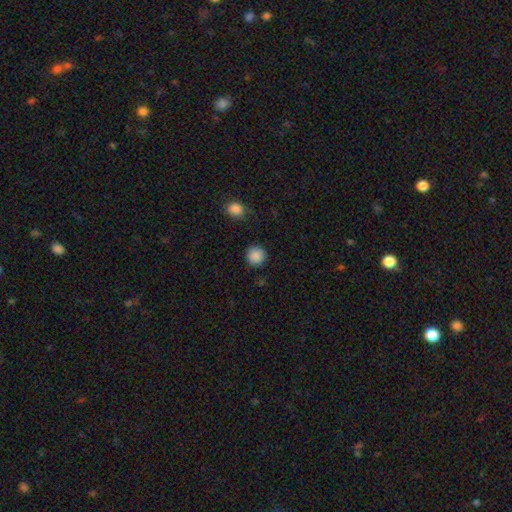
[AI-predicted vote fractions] smooth-or-featured: smooth: 88% | star or artifact: 9% | featured or disk: 3%
  how-rounded: round: 94% | in between: 5% | cigar-shaped: 1%
  merging: none: 90% | minor disturbance: 7% | major disturbance: 2% | merger: 2%